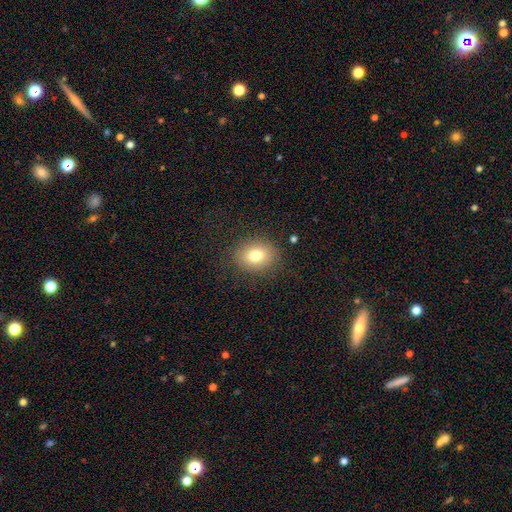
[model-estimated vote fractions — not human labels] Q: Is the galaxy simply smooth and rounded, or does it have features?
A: smooth — 77%.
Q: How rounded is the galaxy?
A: round — 54%.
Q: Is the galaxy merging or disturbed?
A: none — 85%.